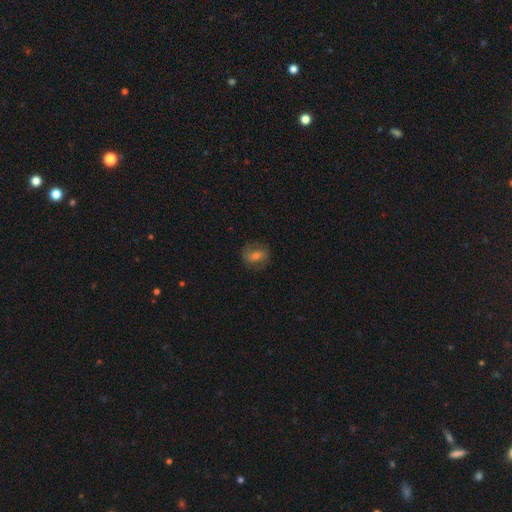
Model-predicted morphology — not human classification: Q: Smooth or featured?
A: smooth (47%); runner-up: featured or disk (40%)
Q: Merging?
A: none (78%); runner-up: minor disturbance (15%)